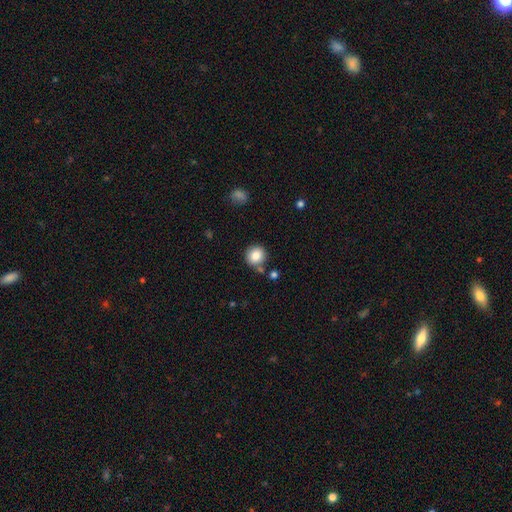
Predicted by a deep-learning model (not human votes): Overall: smooth (85%). How rounded: round (89%). Merging: none (78%).